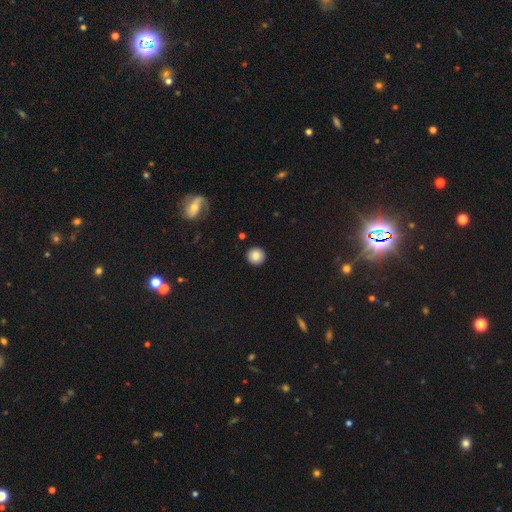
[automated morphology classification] smooth_or_featured: smooth (p=0.84) [alt: star or artifact p=0.09]
how_rounded: round (p=0.95) [alt: in between p=0.04]
merging: none (p=0.92) [alt: minor disturbance p=0.05]